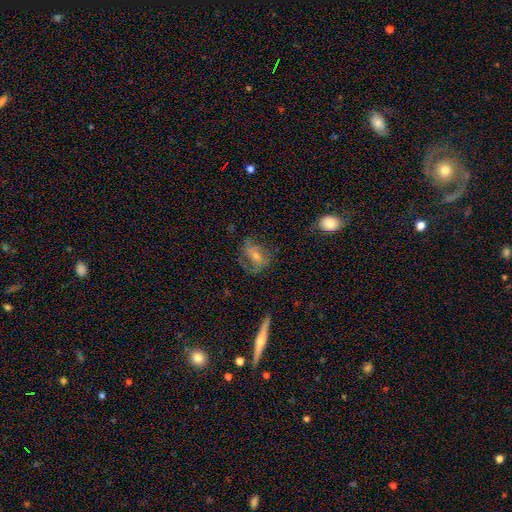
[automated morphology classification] Overall: featured or disk (61%; smooth 28%). Edge-on disk: no (90%). Bar: no (48%; weak 34%). Spiral arms: yes (73%). Bulge size: small (49%; moderate 42%). Merging: none (56%; minor disturbance 23%).